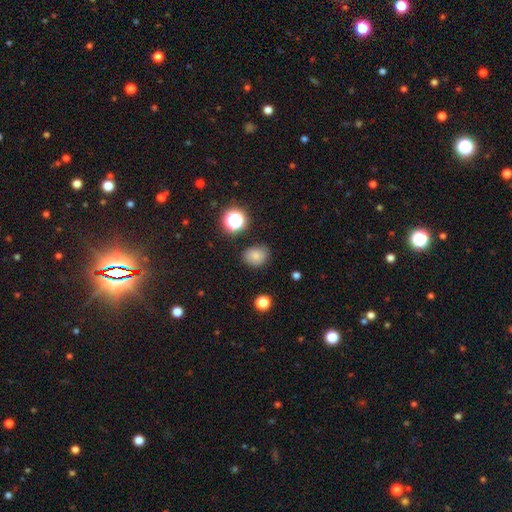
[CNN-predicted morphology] A smooth galaxy with no disk features (77%) that is round (53%).

Vote fractions:
- Smooth or featured? smooth: 77% / star or artifact: 15% / featured or disk: 8%
- How rounded? round: 53% / in between: 46% / cigar-shaped: 1%
- Merging? none: 79% / minor disturbance: 15% / major disturbance: 4% / merger: 2%